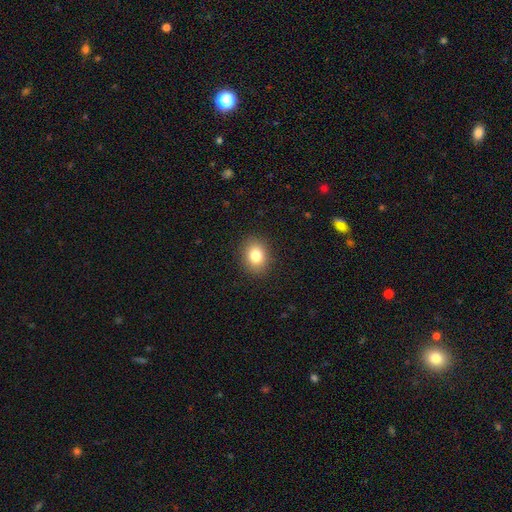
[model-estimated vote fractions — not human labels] Smooth or featured? smooth (82%)
How rounded? in between (50%)
Merging? none (89%)